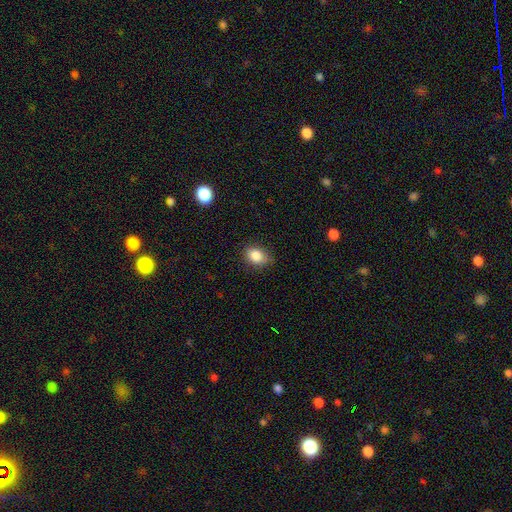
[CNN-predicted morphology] A smooth galaxy with no disk features (85%) that is in between round and cigar-shaped (70%). Merging: none (76%).